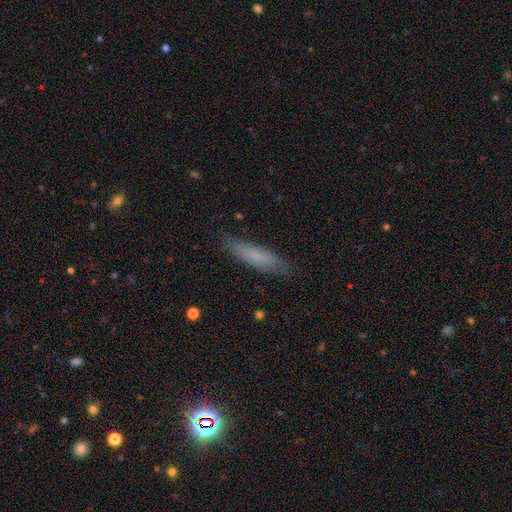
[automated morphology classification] A smooth galaxy with no disk features (70%) that is cigar-shaped (74%). Merging: none (79%).